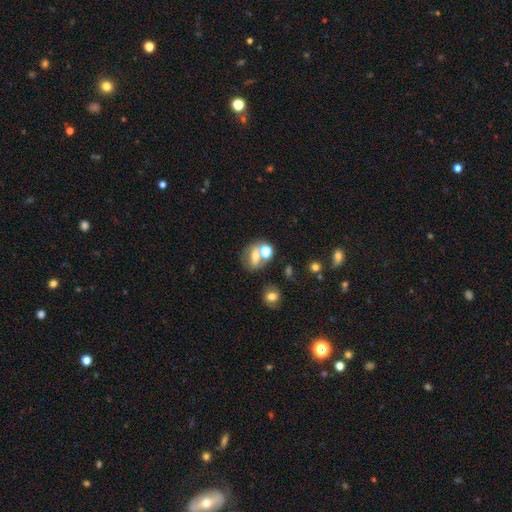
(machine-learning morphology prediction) smooth 56%, featured or disk 27%, star or artifact 16%. Down the decision tree: how rounded — round (51%); merging — none (46%).